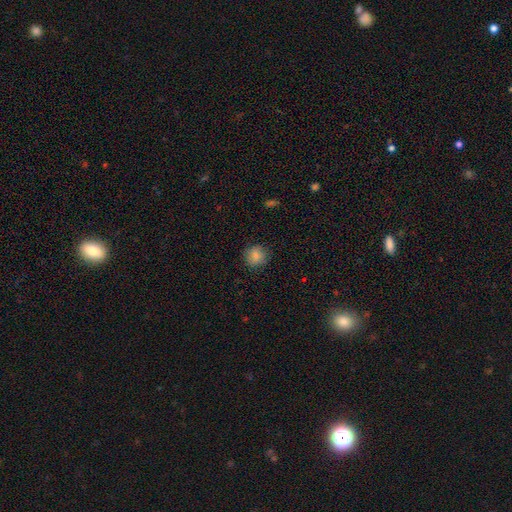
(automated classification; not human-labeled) Smooth or featured? Predicted: smooth (p=0.85). How rounded? Predicted: round (p=0.90). Merging? Predicted: none (p=0.86).